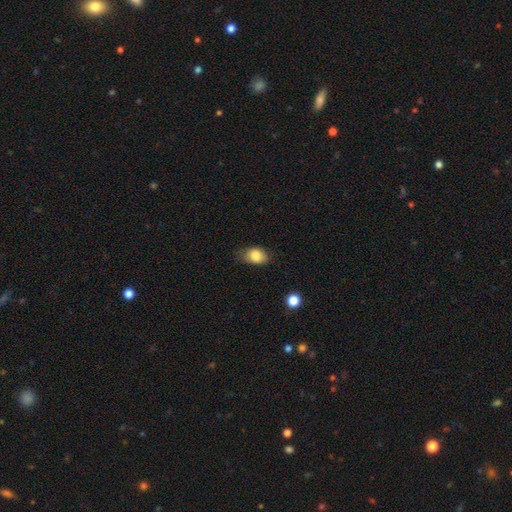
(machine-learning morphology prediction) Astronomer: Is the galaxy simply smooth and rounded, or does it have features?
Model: smooth — 84%.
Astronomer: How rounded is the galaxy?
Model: in between — 77%.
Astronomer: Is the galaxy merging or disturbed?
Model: none — 61%.